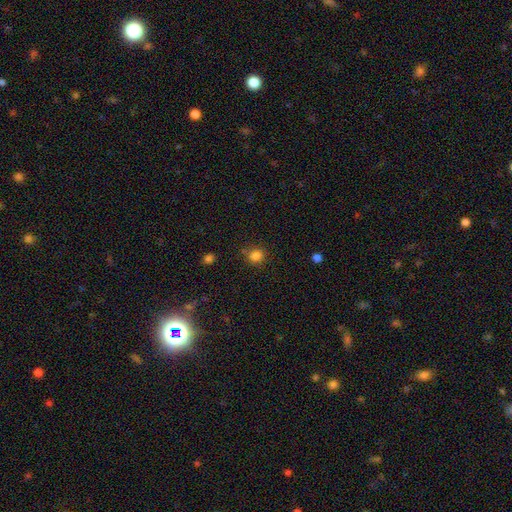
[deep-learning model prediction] A smooth galaxy with no disk features (83%) that is round (82%).

Vote fractions:
- Smooth or featured? smooth: 83% / star or artifact: 13% / featured or disk: 4%
- How rounded? round: 82% / in between: 18% / cigar-shaped: 1%
- Merging? none: 81% / minor disturbance: 11% / merger: 5% / major disturbance: 3%